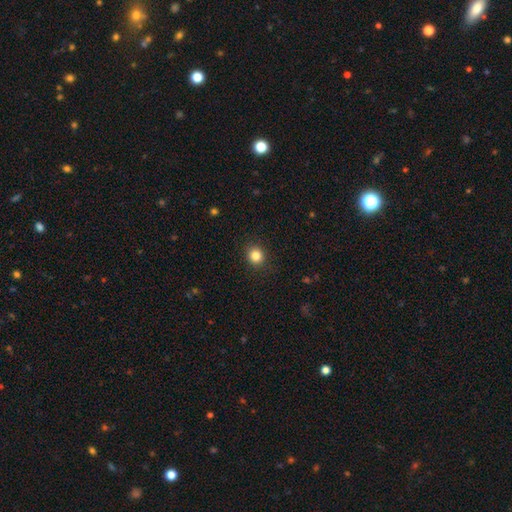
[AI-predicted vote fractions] This is clearly a smooth galaxy (83%). How rounded: clearly round (84%). Merging: clearly none (90%).